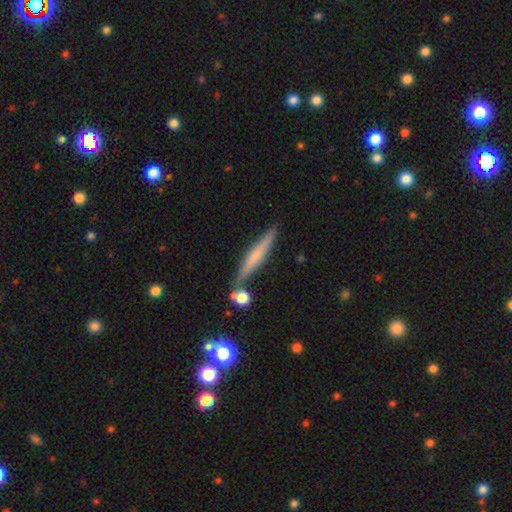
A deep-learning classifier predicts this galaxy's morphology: A smooth galaxy with no disk features (51%) that is cigar-shaped (93%).

Vote fractions:
- Smooth or featured? smooth: 51% / featured or disk: 42% / star or artifact: 7%
- How rounded? cigar-shaped: 93% / in between: 5% / round: 2%
- Merging? none: 80% / minor disturbance: 10% / merger: 7% / major disturbance: 3%